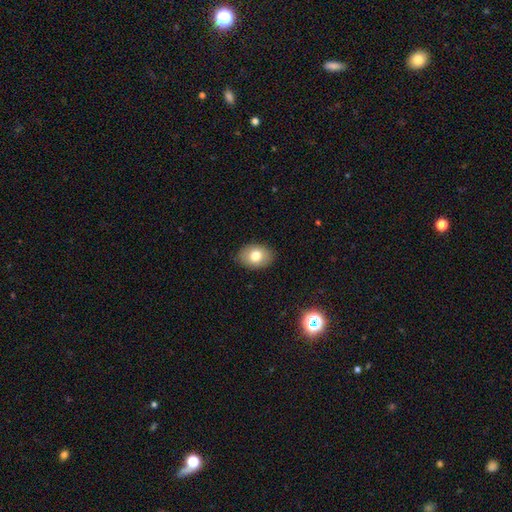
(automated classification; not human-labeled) Overall: smooth (77%). How rounded: in between (72%). Merging: none (88%).